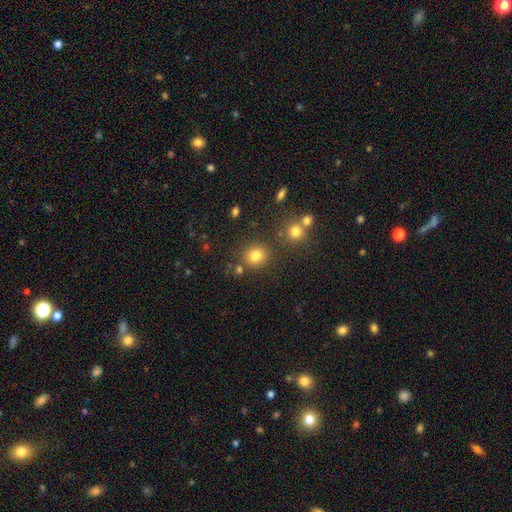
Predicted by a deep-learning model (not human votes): smooth_or_featured: smooth (p=0.80) [alt: star or artifact p=0.14]
how_rounded: round (p=0.76) [alt: in between p=0.23]
merging: none (p=0.80) [alt: minor disturbance p=0.09]